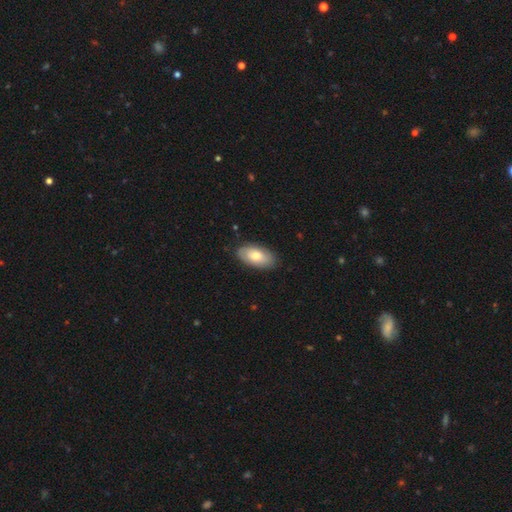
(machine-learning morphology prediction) Overall: smooth (69%). How rounded: in between (94%). Merging: none (83%).